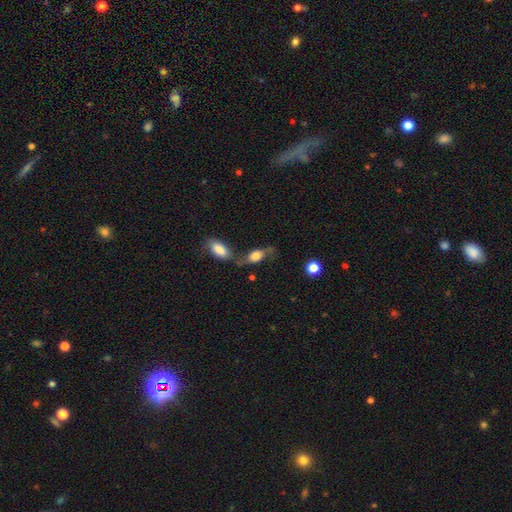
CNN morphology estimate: smooth_or_featured: smooth (p=0.50) [alt: featured or disk p=0.41]
merging: none (p=0.38) [alt: merger p=0.32]